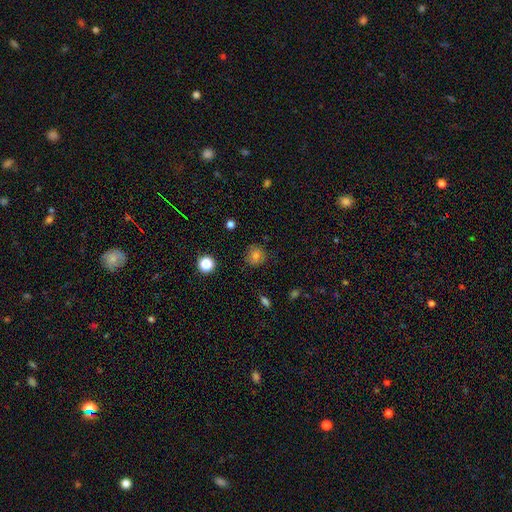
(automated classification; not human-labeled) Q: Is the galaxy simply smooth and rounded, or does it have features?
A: smooth — 79%.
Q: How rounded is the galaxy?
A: round — 89%.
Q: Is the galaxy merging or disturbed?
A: none — 84%.